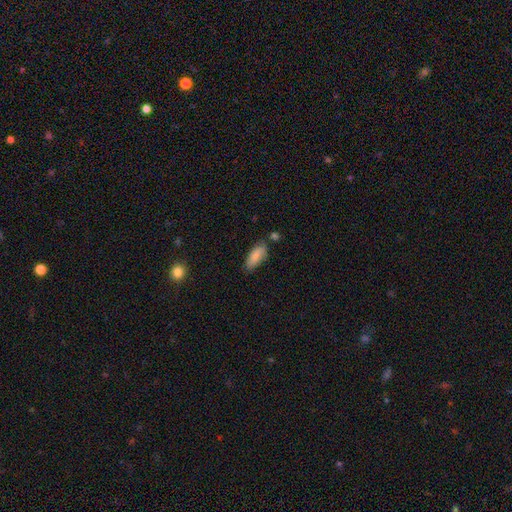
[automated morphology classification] Q: Smooth or featured?
A: smooth (81%); runner-up: featured or disk (13%)
Q: How rounded?
A: in between (78%); runner-up: cigar-shaped (20%)
Q: Merging?
A: none (71%); runner-up: minor disturbance (21%)